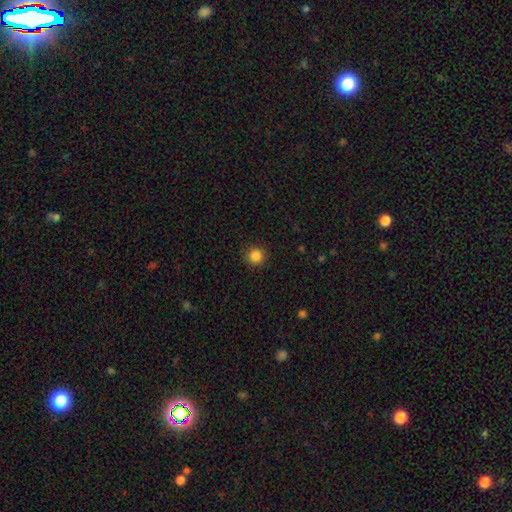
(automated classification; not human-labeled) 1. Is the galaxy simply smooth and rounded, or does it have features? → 85% smooth, 11% star or artifact, 4% featured or disk.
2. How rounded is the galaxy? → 95% round, 4% in between, 1% cigar-shaped.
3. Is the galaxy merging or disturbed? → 91% none, 6% minor disturbance, 2% major disturbance, 1% merger.